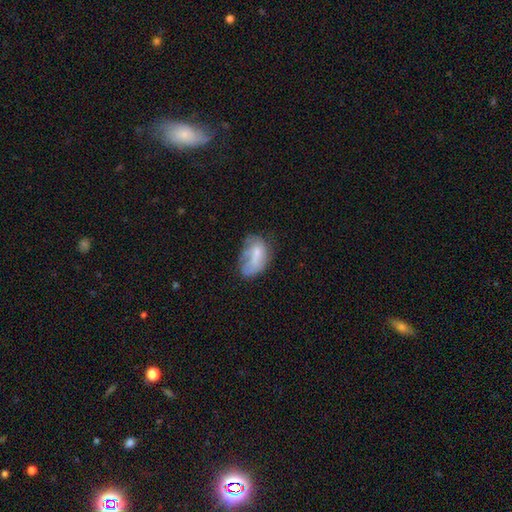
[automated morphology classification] Smooth or featured: smooth — 58% (featured or disk — 33%)
How rounded: in between — 87% (round — 11%)
Merging: none — 36% (minor disturbance — 32%)